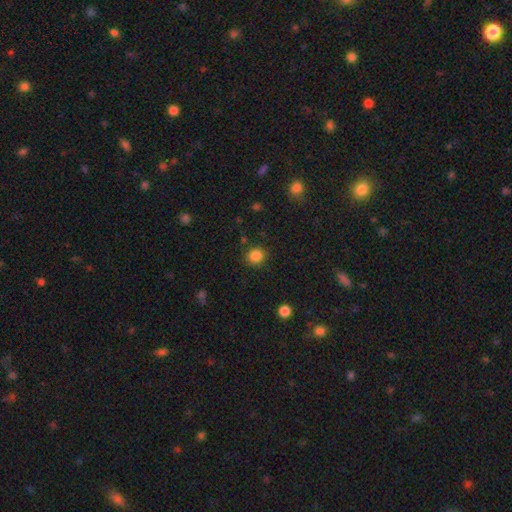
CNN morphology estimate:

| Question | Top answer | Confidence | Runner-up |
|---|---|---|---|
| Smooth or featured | smooth | 85% | star or artifact (11%) |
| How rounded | round | 85% | in between (14%) |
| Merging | none | 87% | minor disturbance (8%) |